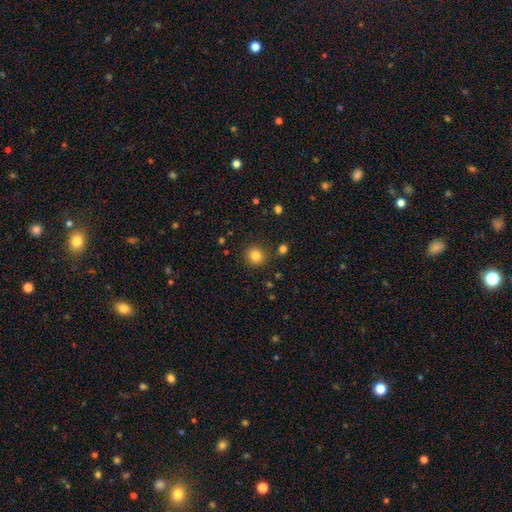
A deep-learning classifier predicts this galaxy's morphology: smooth-or-featured: smooth: 83% | star or artifact: 12% | featured or disk: 6%
  how-rounded: round: 91% | in between: 8% | cigar-shaped: 1%
  merging: none: 88% | minor disturbance: 7% | merger: 3% | major disturbance: 2%